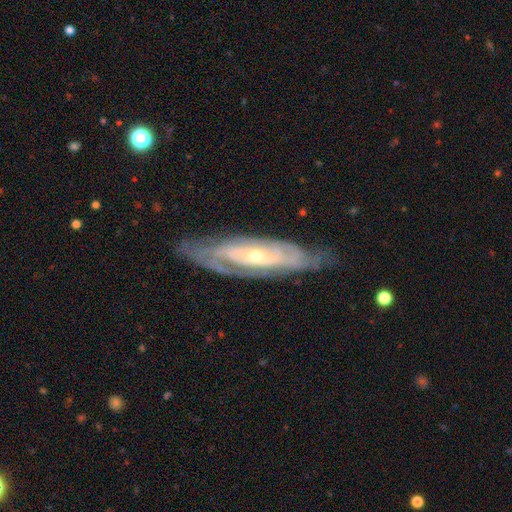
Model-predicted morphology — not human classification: Smooth or featured: featured or disk — 84% (smooth — 10%)
Edge-on disk: no — 77% (yes — 23%)
Bar: no — 60% (weak — 27%)
Spiral arms: yes — 91% (no — 9%)
Spiral winding: tight — 68% (medium — 26%)
Spiral arm count: can't tell — 44% (2 — 32%)
Bulge size: small — 67% (moderate — 30%)
Merging: none — 76% (minor disturbance — 17%)